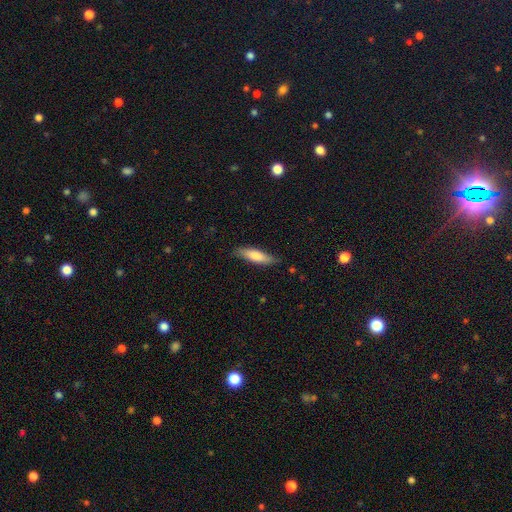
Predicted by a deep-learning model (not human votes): Q: Smooth or featured?
A: smooth (73%); runner-up: featured or disk (21%)
Q: How rounded?
A: cigar-shaped (64%); runner-up: in between (35%)
Q: Merging?
A: none (82%); runner-up: minor disturbance (15%)